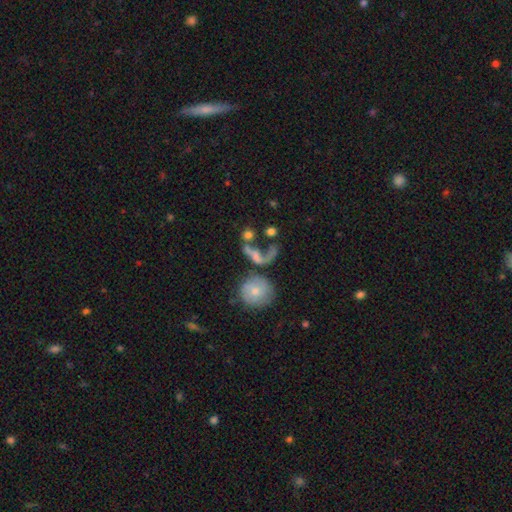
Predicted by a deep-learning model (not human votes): smooth 46%, featured or disk 41%, star or artifact 13%. Down the decision tree: merging — major disturbance (35%).